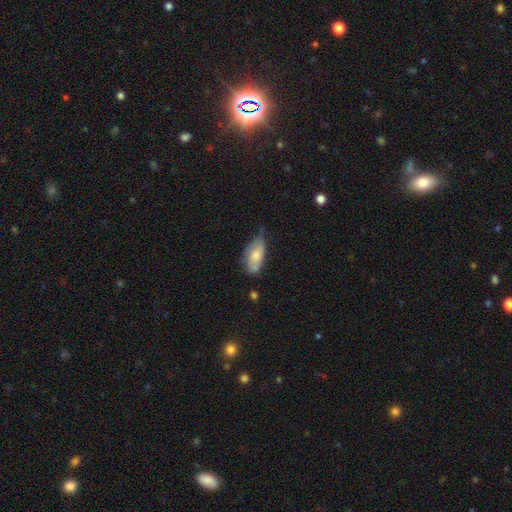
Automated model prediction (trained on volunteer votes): A smooth galaxy with no disk features (69%) that is in between round and cigar-shaped (88%).

Vote fractions:
- Smooth or featured? smooth: 69% / featured or disk: 25% / star or artifact: 7%
- How rounded? in between: 88% / cigar-shaped: 10% / round: 3%
- Merging? minor disturbance: 42% / none: 39% / major disturbance: 12% / merger: 8%